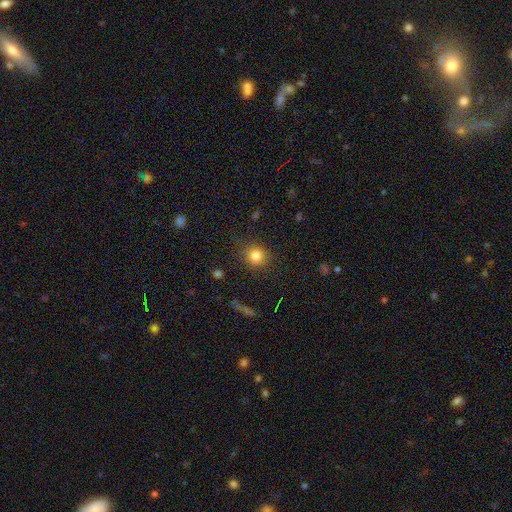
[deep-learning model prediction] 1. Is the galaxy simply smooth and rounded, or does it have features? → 82% smooth, 12% star or artifact, 6% featured or disk.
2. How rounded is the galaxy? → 80% round, 19% in between, 1% cigar-shaped.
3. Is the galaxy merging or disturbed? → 81% none, 13% minor disturbance, 4% major disturbance, 2% merger.